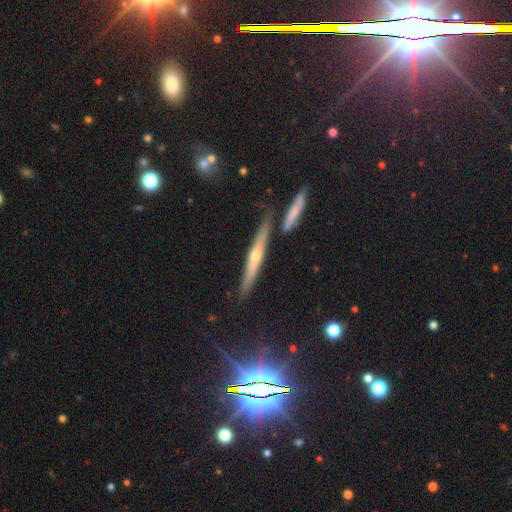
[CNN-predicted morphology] featured or disk 58%, star or artifact 23%, smooth 19%. Down the decision tree: edge-on disk — yes (94%); edge-on bulge — rounded (74%); merging — none (77%).